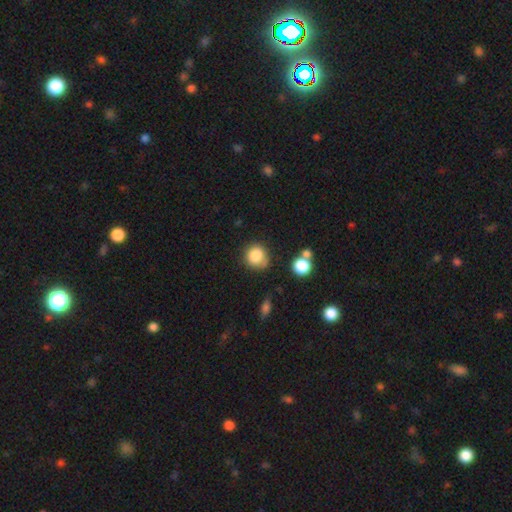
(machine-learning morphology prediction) Smooth or featured? smooth (84%)
How rounded? round (82%)
Merging? none (65%)